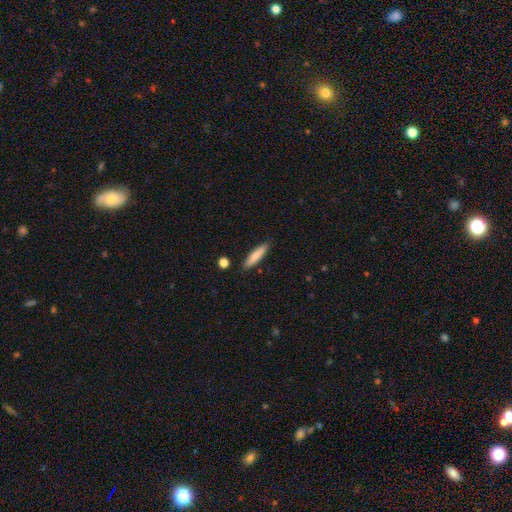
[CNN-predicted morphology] The model was most divided on "smooth or featured": smooth: 79%, featured or disk: 15%, star or artifact: 6%. More confident: merging — none (88%); how rounded — cigar-shaped (82%).